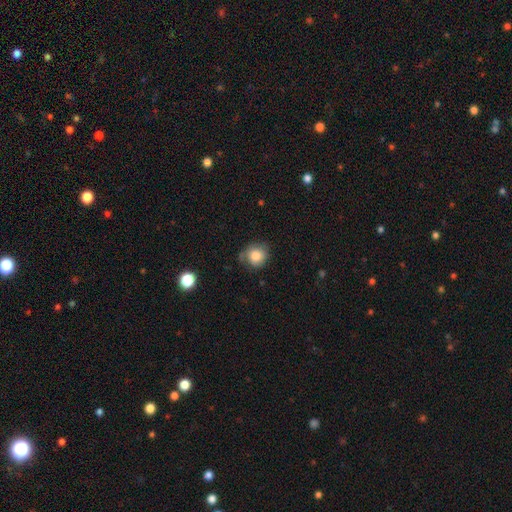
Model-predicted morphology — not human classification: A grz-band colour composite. It shows a smooth galaxy with no disk features (81%) that is round (83%). Merging: none (63%).